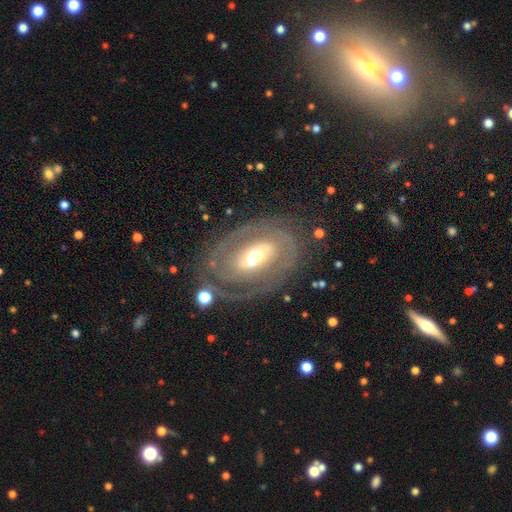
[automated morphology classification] Smooth or featured: featured or disk — 82% (smooth — 12%)
Edge-on disk: no — 95% (yes — 5%)
Bar: no — 44% (weak — 32%)
Spiral arms: yes — 76% (no — 24%)
Spiral winding: tight — 62% (medium — 27%)
Spiral arm count: 2 — 47% (can't tell — 28%)
Bulge size: moderate — 59% (small — 27%)
Merging: none — 66% (minor disturbance — 17%)